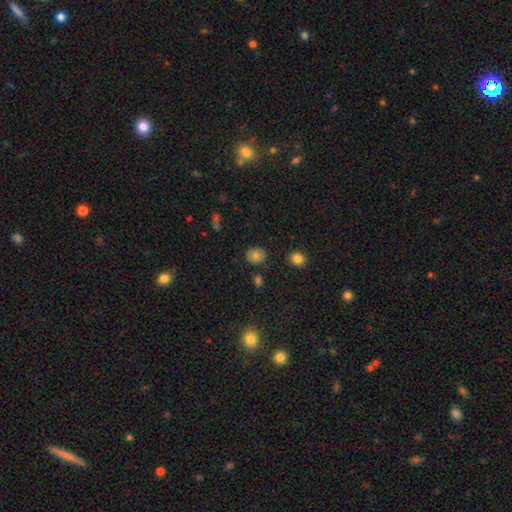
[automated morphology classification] Smooth or featured?
  - smooth: 78% *
  - star or artifact: 12%
  - featured or disk: 10%
How rounded?
  - round: 70% *
  - in between: 29%
  - cigar-shaped: 1%
Merging?
  - none: 83% *
  - minor disturbance: 11%
  - merger: 3%
  - major disturbance: 3%